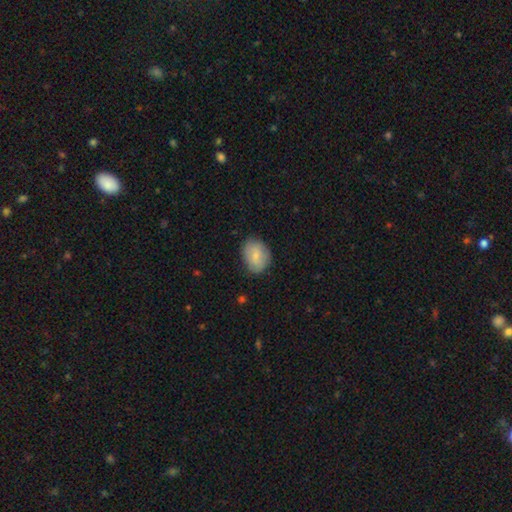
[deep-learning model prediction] Morphology: type=smooth (77%); roundness=in between (62%); merging=none (76%).